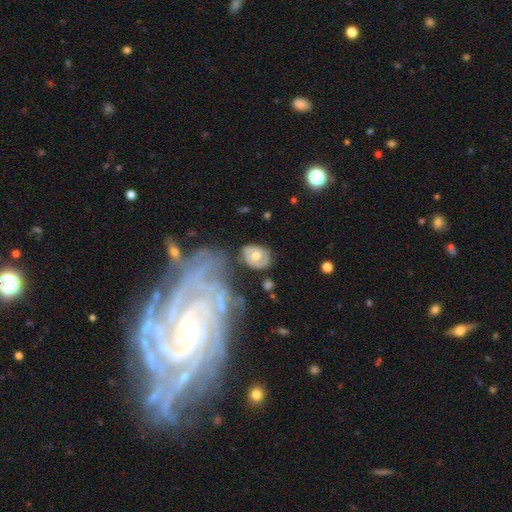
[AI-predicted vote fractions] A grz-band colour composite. It shows a featured or disk galaxy (50%). Merging: none (69%).